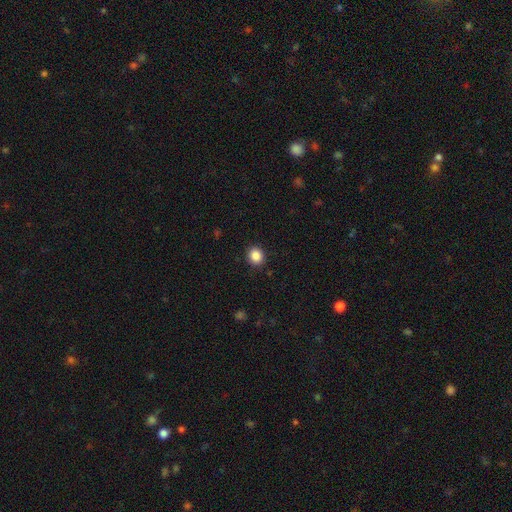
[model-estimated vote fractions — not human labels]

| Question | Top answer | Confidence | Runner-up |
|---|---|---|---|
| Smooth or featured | smooth | 87% | star or artifact (10%) |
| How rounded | round | 79% | in between (20%) |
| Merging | none | 90% | minor disturbance (7%) |